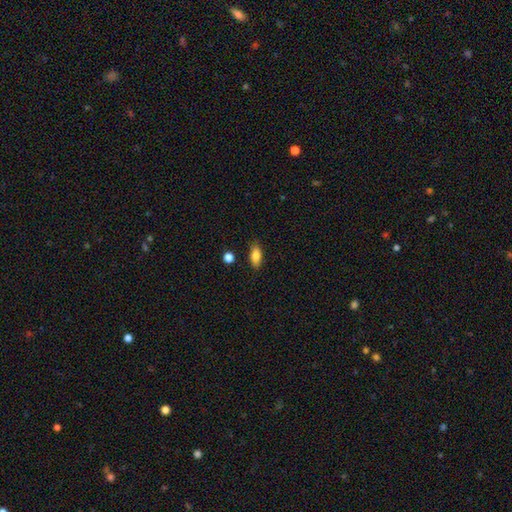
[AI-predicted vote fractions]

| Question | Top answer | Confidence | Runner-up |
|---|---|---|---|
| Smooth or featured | smooth | 82% | featured or disk (10%) |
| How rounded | in between | 81% | cigar-shaped (15%) |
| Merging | none | 85% | minor disturbance (10%) |